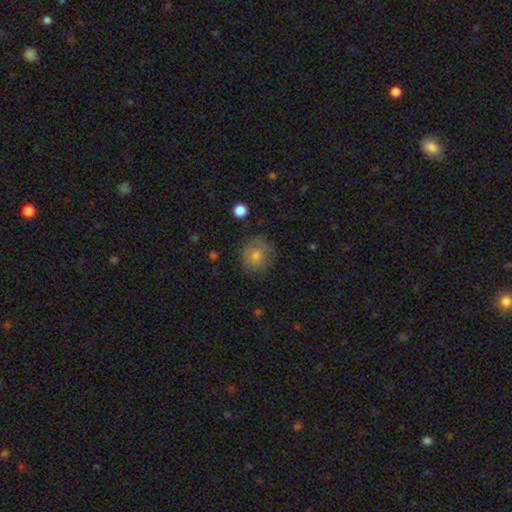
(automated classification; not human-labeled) This is likely a smooth galaxy (72%). How rounded: clearly round (85%). Merging: likely none (77%).